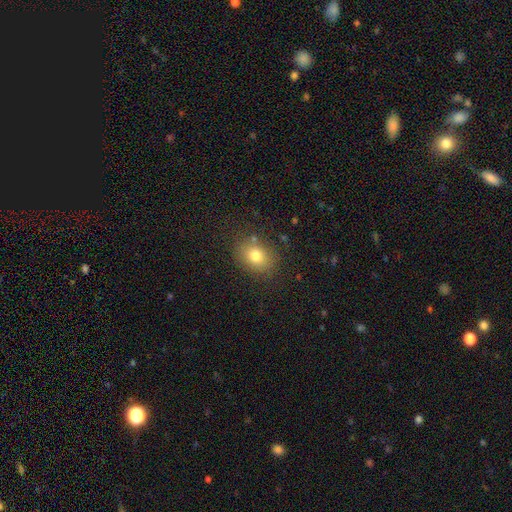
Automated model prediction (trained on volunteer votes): smooth 77%, star or artifact 12%, featured or disk 11%. Down the decision tree: how rounded — in between (54%); merging — none (81%).